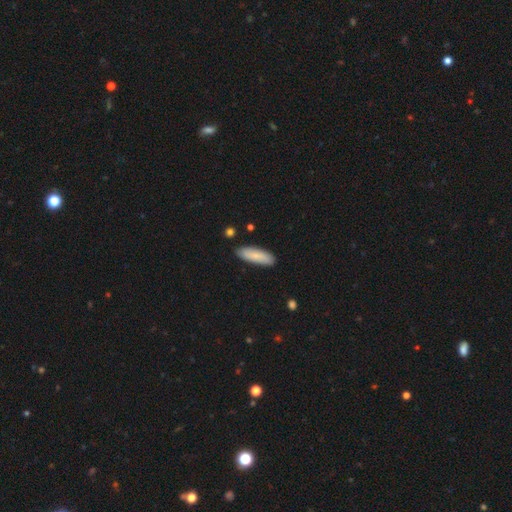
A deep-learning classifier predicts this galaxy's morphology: Q: Smooth or featured?
A: smooth (80%); runner-up: featured or disk (15%)
Q: How rounded?
A: in between (49%); tied with: cigar-shaped (49%)
Q: Merging?
A: none (86%); runner-up: minor disturbance (10%)